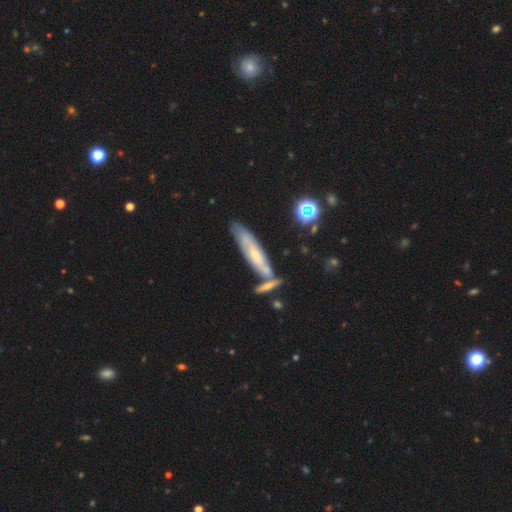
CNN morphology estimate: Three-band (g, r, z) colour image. It shows a featured or disk galaxy (52%) viewed edge-on (54%). Merging: none (57%).